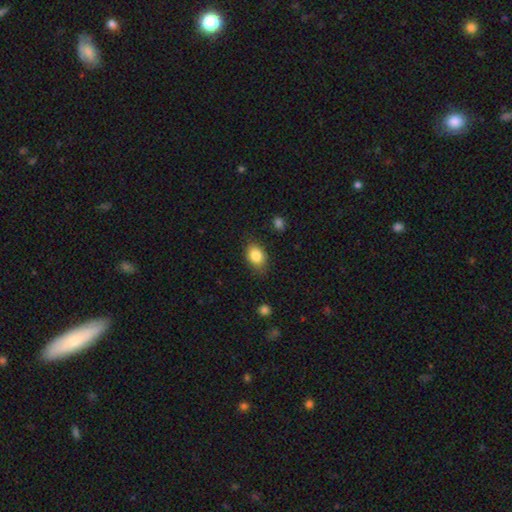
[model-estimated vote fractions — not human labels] Morphology: type=smooth (84%); roundness=in between (79%); merging=none (79%).